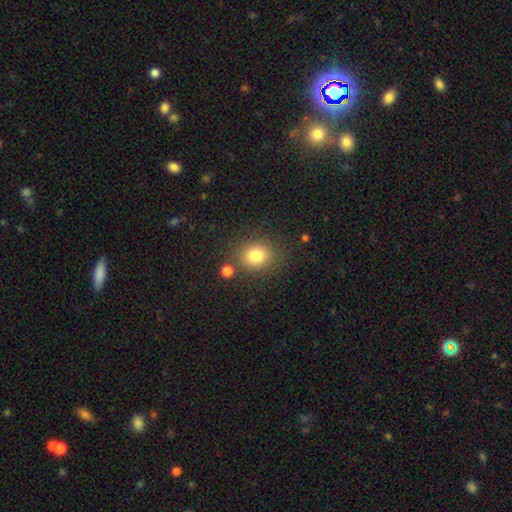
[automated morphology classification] Smooth or featured? Predicted: smooth (p=0.81). How rounded? Predicted: round (p=0.66). Merging? Predicted: none (p=0.76).